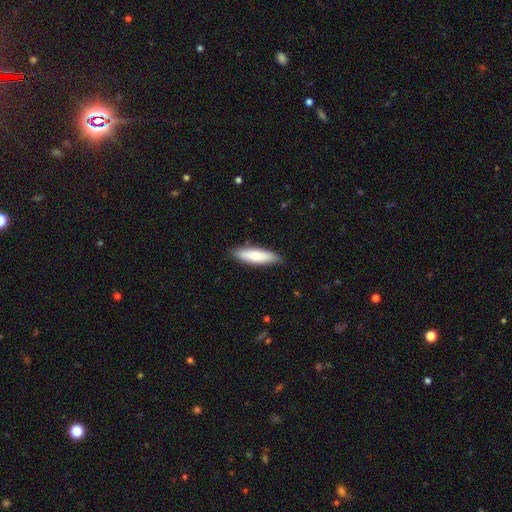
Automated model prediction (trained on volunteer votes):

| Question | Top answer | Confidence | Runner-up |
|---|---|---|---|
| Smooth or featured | smooth | 78% | featured or disk (17%) |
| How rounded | cigar-shaped | 62% | in between (37%) |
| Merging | none | 84% | minor disturbance (13%) |